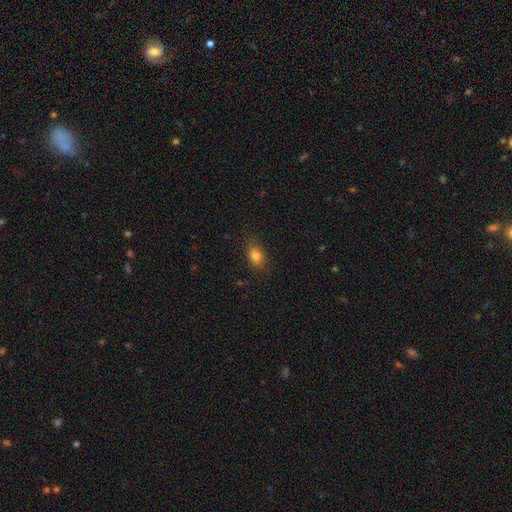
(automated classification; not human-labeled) Overall: smooth (82%). How rounded: in between (84%). Merging: none (84%).